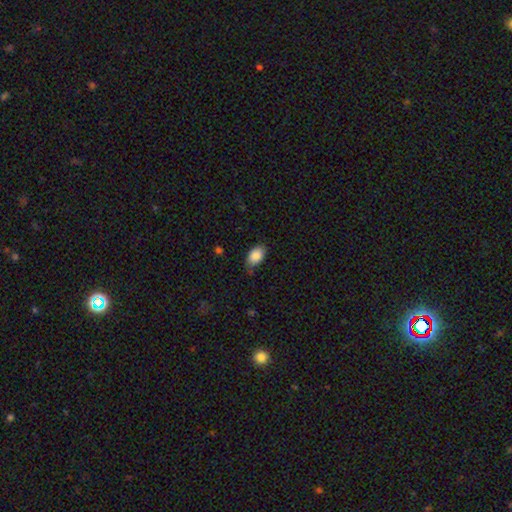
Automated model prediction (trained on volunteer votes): Q: Smooth or featured?
A: smooth (88%); runner-up: star or artifact (7%)
Q: How rounded?
A: in between (90%); runner-up: round (9%)
Q: Merging?
A: none (71%); runner-up: minor disturbance (23%)